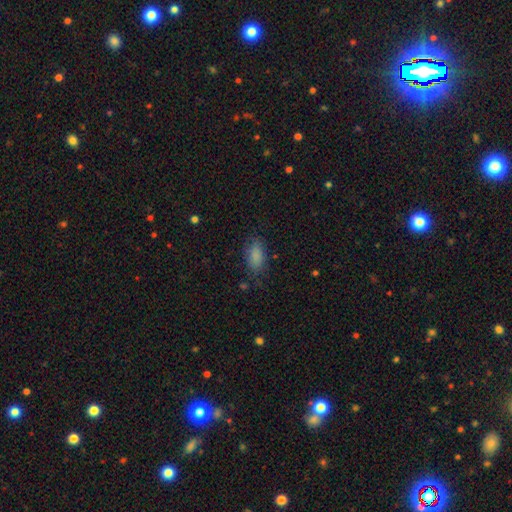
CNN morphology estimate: Q: Smooth or featured?
A: smooth (86%); runner-up: star or artifact (9%)
Q: How rounded?
A: in between (90%); runner-up: cigar-shaped (6%)
Q: Merging?
A: none (77%); runner-up: minor disturbance (17%)